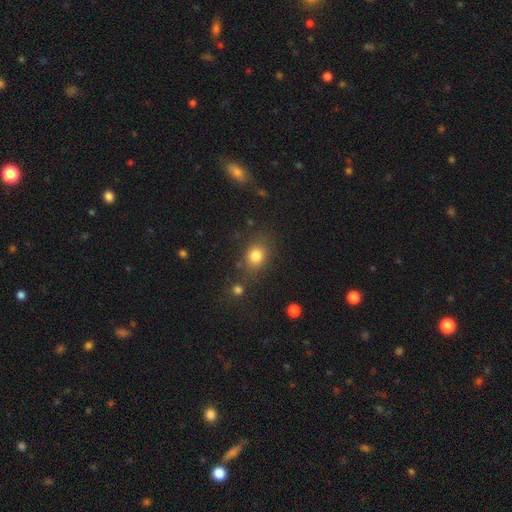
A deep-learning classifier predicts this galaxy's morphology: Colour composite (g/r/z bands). It shows a smooth galaxy with no disk features (81%) that is round (60%). Merging: none (73%).